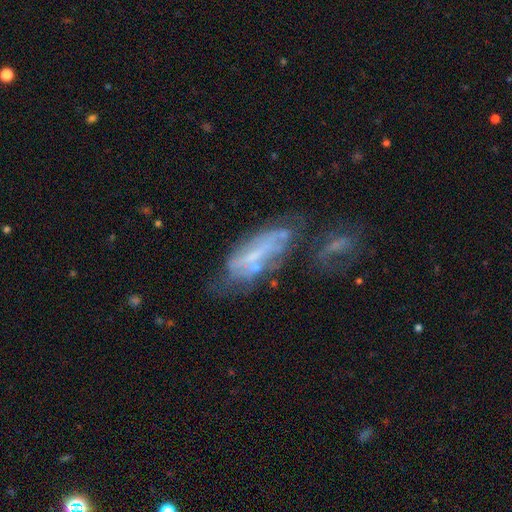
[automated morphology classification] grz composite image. It shows a featured or disk galaxy (62%) with no bar (35%, tied with weak), spiral arms (56%) and a small central bulge (47%). Merging: none (38%).